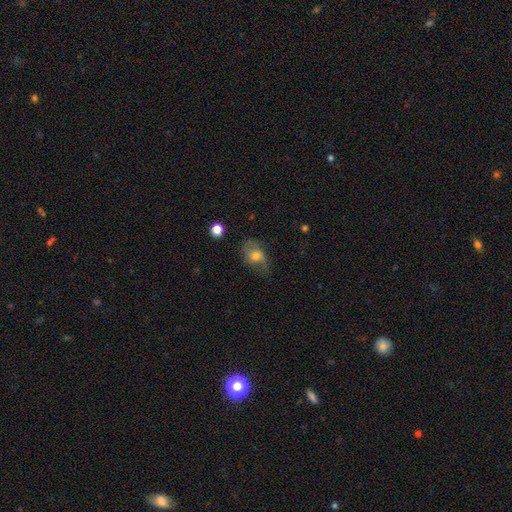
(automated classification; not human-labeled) smooth_or_featured: smooth (p=0.57) [alt: featured or disk p=0.34]
how_rounded: in between (p=0.63) [alt: round p=0.35]
merging: none (p=0.51) [alt: minor disturbance p=0.29]